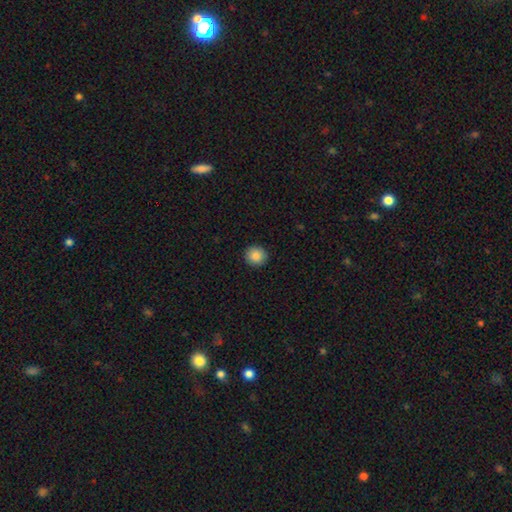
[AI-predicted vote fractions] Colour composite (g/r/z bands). It shows a smooth galaxy with no disk features (88%) that is round (92%). Merging: none (92%).